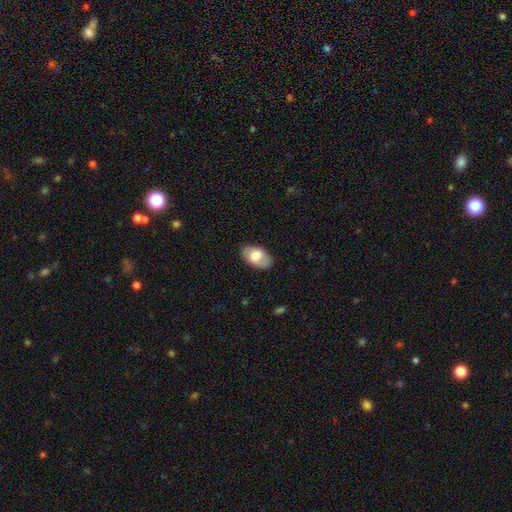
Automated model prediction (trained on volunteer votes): A smooth galaxy with no disk features (69%) that is in between round and cigar-shaped (93%).

Vote fractions:
- Smooth or featured? smooth: 69% / featured or disk: 25% / star or artifact: 6%
- How rounded? in between: 93% / round: 5% / cigar-shaped: 2%
- Merging? none: 81% / minor disturbance: 14% / major disturbance: 4% / merger: 1%